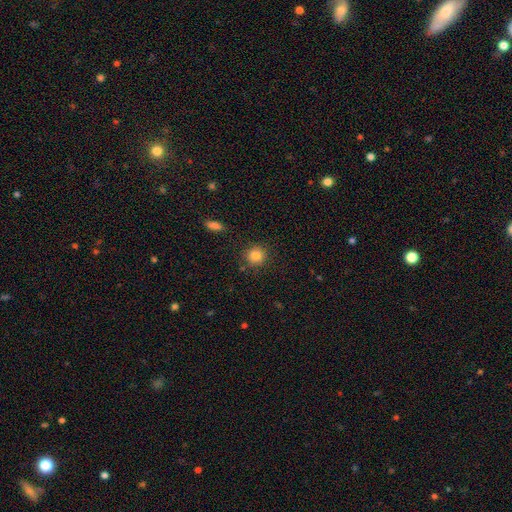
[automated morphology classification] smooth 84%, star or artifact 11%, featured or disk 6%. Down the decision tree: how rounded — round (91%); merging — none (87%).